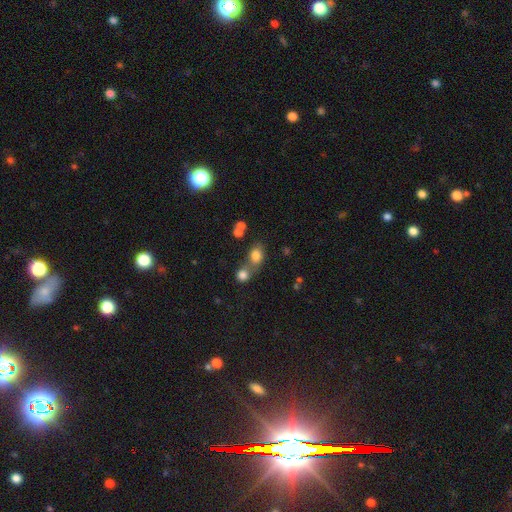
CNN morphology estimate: type=smooth (79%); roundness=in between (51%); merging=none (45%).